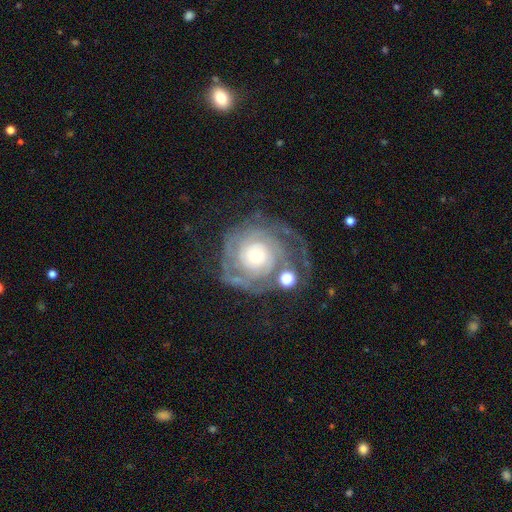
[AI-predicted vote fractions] Smooth or featured: featured or disk — 85% (smooth — 9%)
Edge-on disk: no — 97% (yes — 3%)
Bar: no — 82% (weak — 14%)
Spiral arms: yes — 94% (no — 6%)
Spiral winding: tight — 74% (medium — 20%)
Spiral arm count: can't tell — 32% (2 — 26%)
Bulge size: small — 46% (moderate — 44%)
Merging: none — 60% (minor disturbance — 18%)